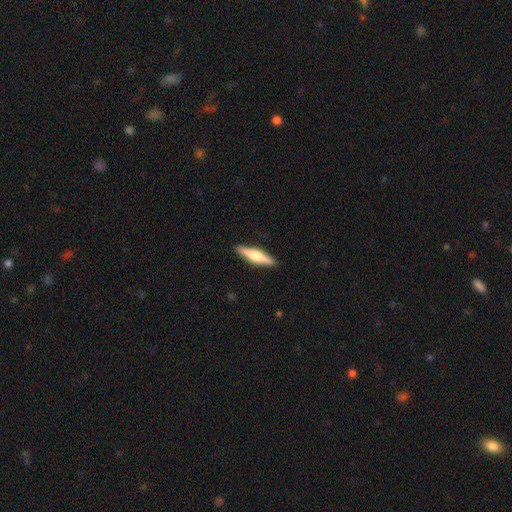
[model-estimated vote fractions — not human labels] Smooth or featured?
  - featured or disk: 55% *
  - smooth: 39%
  - star or artifact: 5%
Edge-on disk?
  - yes: 97% *
  - no: 3%
Edge-on bulge?
  - rounded: 86% *
  - boxy: 10%
  - none: 4%
Merging?
  - none: 91% *
  - minor disturbance: 7%
  - major disturbance: 1%
  - merger: 1%